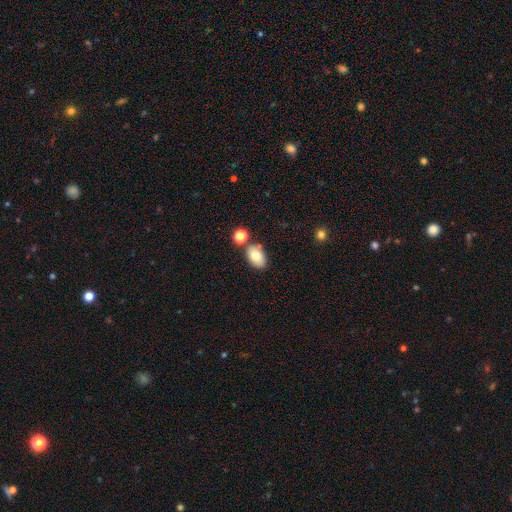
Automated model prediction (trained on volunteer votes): Smooth or featured? Predicted: smooth (p=0.77). How rounded? Predicted: in between (p=0.87). Merging? Predicted: none (p=0.68).